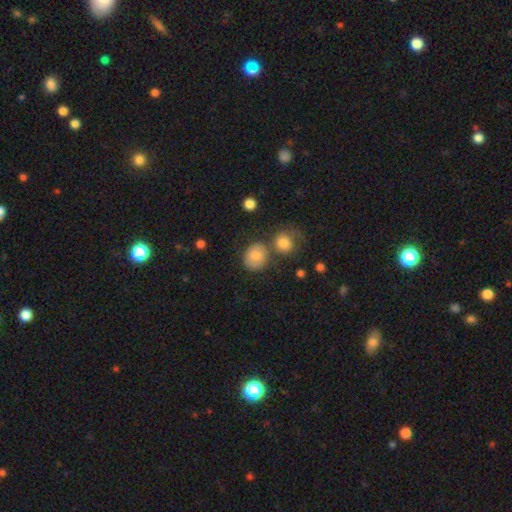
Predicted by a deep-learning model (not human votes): Smooth or featured: smooth — 78% (featured or disk — 13%)
How rounded: round — 65% (in between — 34%)
Merging: none — 62% (merger — 17%)